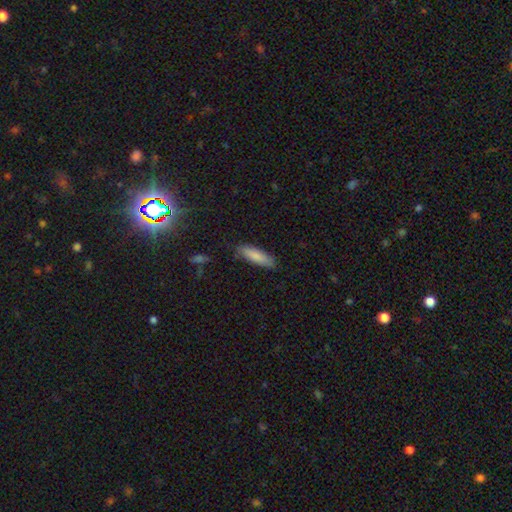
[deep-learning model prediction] A smooth galaxy with no disk features (83%) that is cigar-shaped (59%). Merging: none (82%).